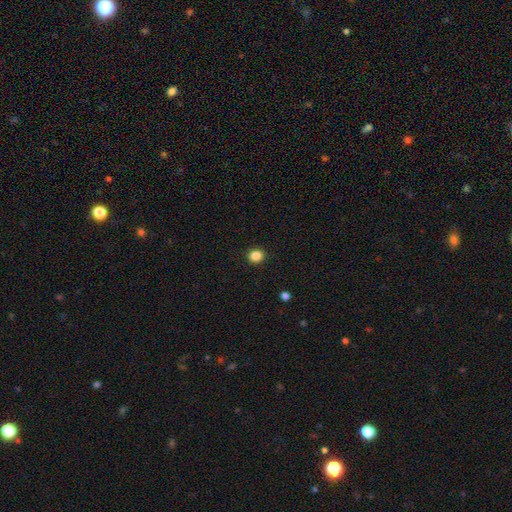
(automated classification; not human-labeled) Smooth or featured? smooth (86%)
How rounded? round (77%)
Merging? none (91%)